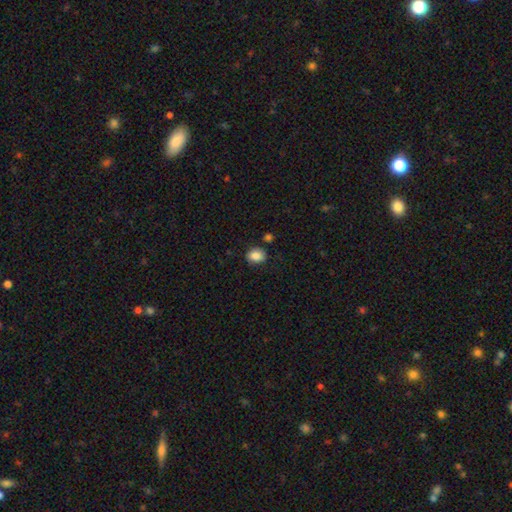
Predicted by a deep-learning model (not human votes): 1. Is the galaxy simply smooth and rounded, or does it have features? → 87% smooth, 9% star or artifact, 5% featured or disk.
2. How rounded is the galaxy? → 50% in between, 49% round, 1% cigar-shaped.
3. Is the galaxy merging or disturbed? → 82% none, 11% minor disturbance, 4% merger, 3% major disturbance.